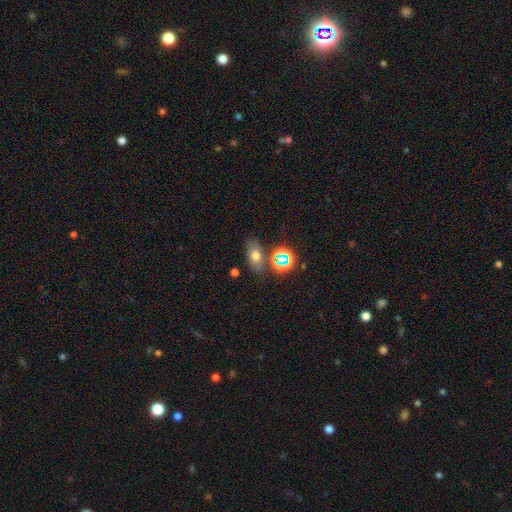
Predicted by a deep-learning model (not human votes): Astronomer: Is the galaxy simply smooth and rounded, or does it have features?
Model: smooth — 63%.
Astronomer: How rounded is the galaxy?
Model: in between — 80%.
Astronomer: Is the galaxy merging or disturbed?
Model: none — 74%.